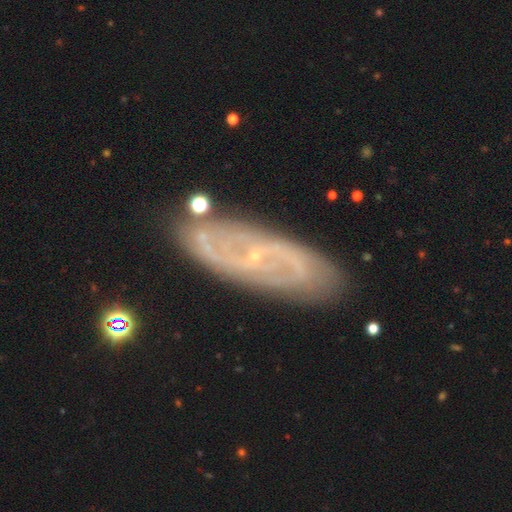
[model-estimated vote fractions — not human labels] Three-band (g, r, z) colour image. It shows a featured or disk galaxy (82%) with no bar (45%), 2 (60%) medium (42%) spiral arms (92%) and a small central bulge (85%). Merging: none (81%).